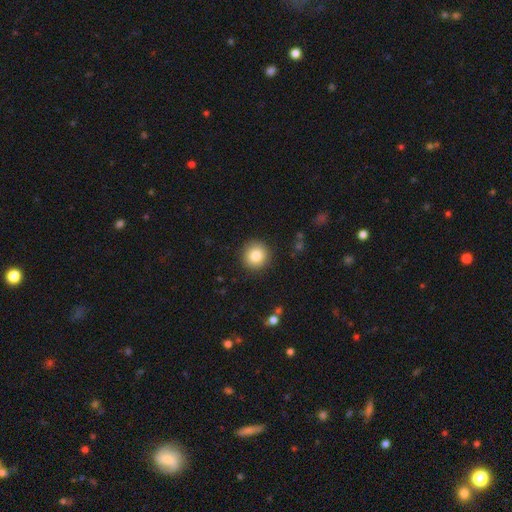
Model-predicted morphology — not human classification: The model was most divided on "smooth or featured": smooth: 84%, star or artifact: 9%, featured or disk: 7%. More confident: how rounded — round (93%); merging — none (90%).